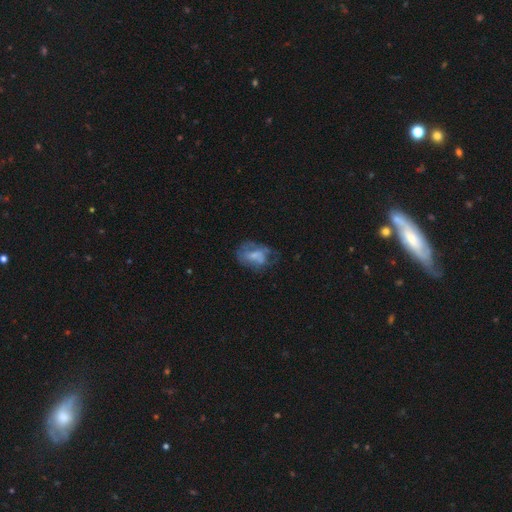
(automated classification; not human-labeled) This appears to be a featured or disk galaxy (47%). Merging: none (40%).